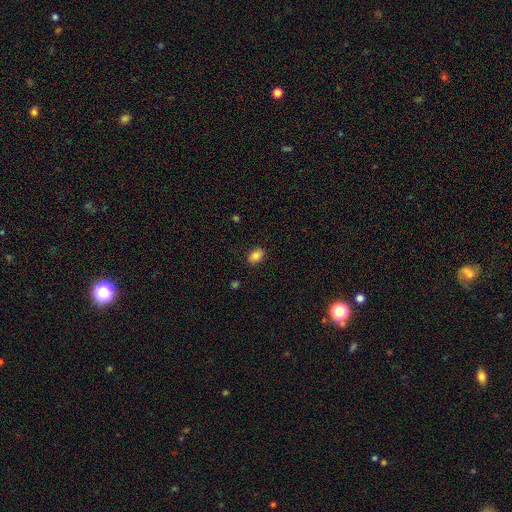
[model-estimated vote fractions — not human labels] Smooth or featured? Predicted: smooth (p=0.85). How rounded? Predicted: in between (p=0.81). Merging? Predicted: none (p=0.87).